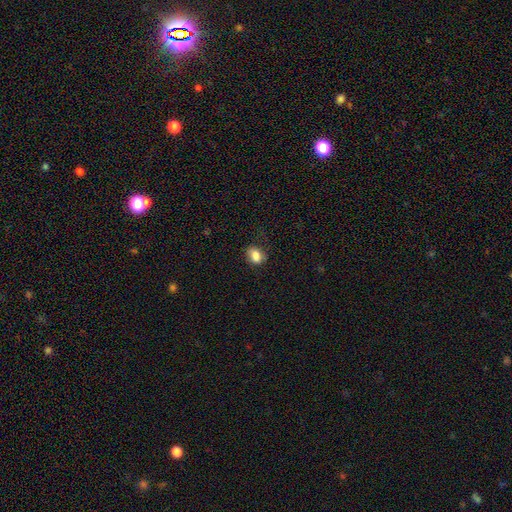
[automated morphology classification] Q: Smooth or featured?
A: smooth (83%); runner-up: star or artifact (9%)
Q: How rounded?
A: in between (72%); runner-up: round (27%)
Q: Merging?
A: none (67%); runner-up: minor disturbance (23%)